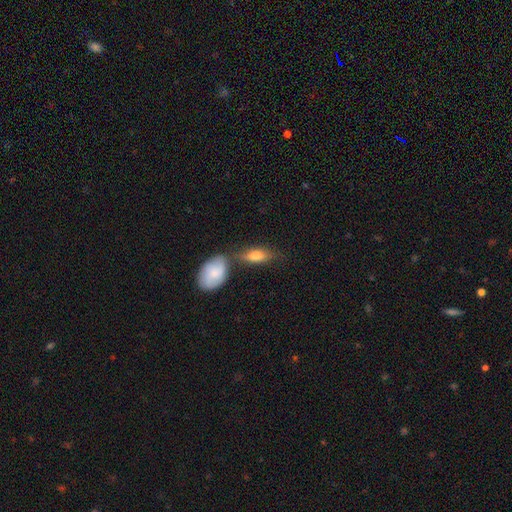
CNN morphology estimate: smooth 66%, featured or disk 27%, star or artifact 7%. Down the decision tree: how rounded — in between (73%); merging — none (50%).